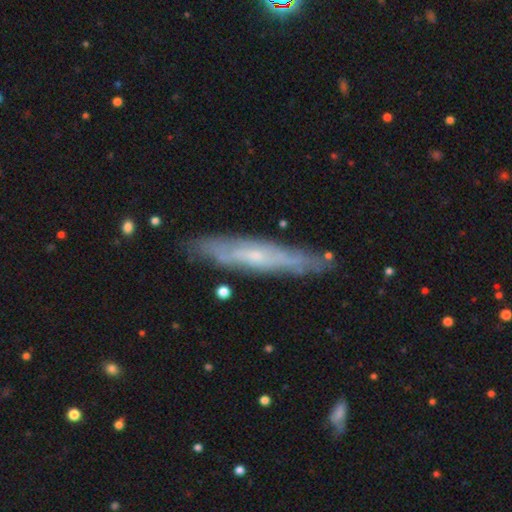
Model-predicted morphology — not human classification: Smooth or featured? Predicted: featured or disk (p=0.65). Edge-on disk? Predicted: yes (p=0.65). Merging? Predicted: none (p=0.81).